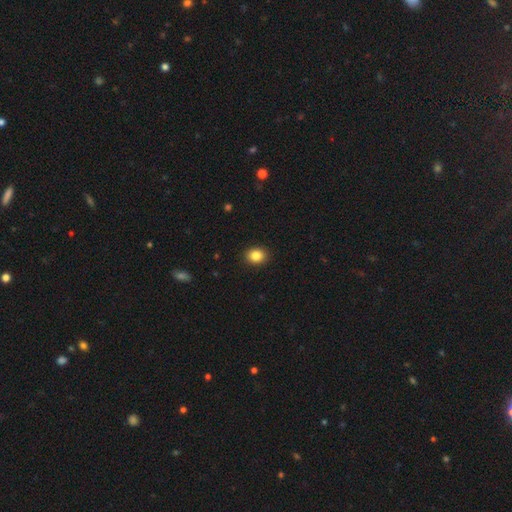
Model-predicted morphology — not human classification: Smooth or featured: smooth — 85% (star or artifact — 10%)
How rounded: round — 57% (in between — 42%)
Merging: none — 91% (minor disturbance — 6%)